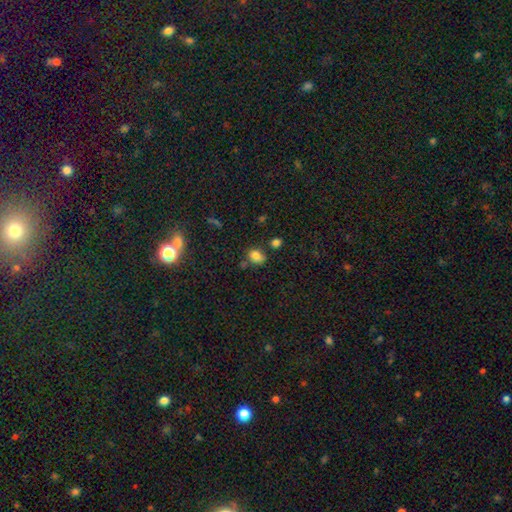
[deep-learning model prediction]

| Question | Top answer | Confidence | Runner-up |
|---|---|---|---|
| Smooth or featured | smooth | 79% | star or artifact (14%) |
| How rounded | in between | 56% | round (43%) |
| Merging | none | 64% | minor disturbance (19%) |